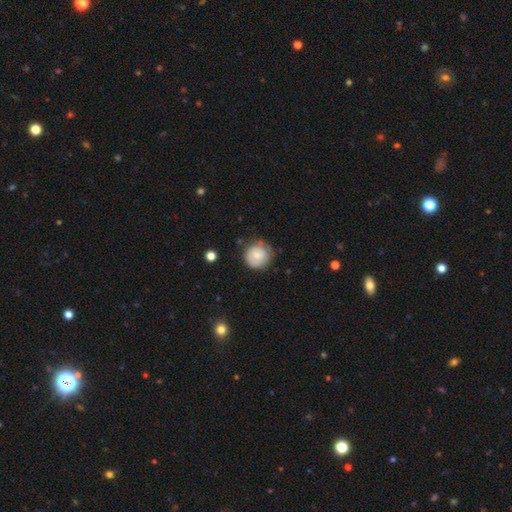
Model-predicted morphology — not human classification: Q: Smooth or featured?
A: smooth (70%); runner-up: featured or disk (22%)
Q: How rounded?
A: round (92%); runner-up: in between (7%)
Q: Merging?
A: none (69%); runner-up: minor disturbance (23%)